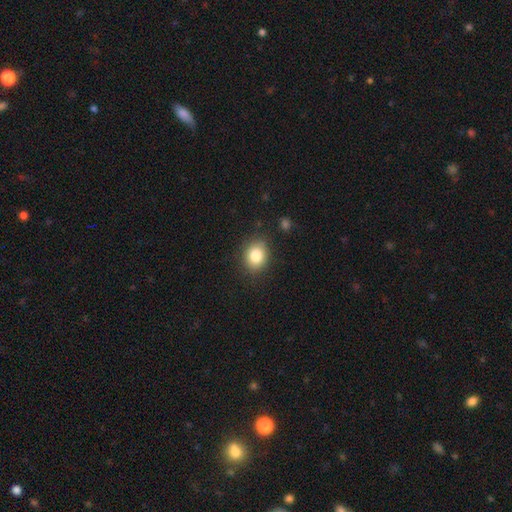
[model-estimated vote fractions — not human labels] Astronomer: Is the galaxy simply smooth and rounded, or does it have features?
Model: smooth — 82%.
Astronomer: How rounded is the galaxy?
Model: round — 53% (runner-up: in between, 46%).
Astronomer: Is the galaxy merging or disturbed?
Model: none — 85%.